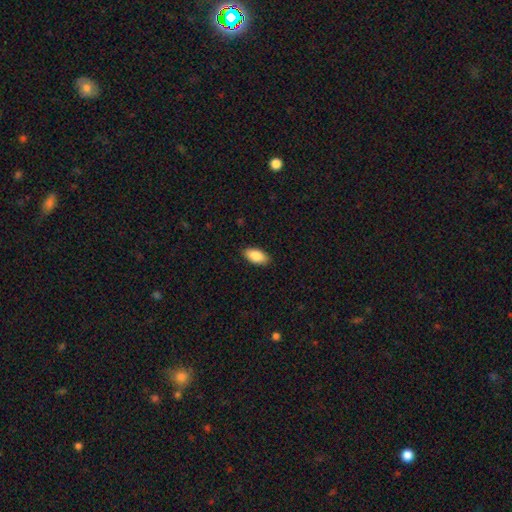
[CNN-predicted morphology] smooth-or-featured: smooth: 88% | star or artifact: 6% | featured or disk: 6%
  how-rounded: in between: 93% | cigar-shaped: 4% | round: 2%
  merging: none: 88% | minor disturbance: 9% | major disturbance: 2% | merger: 1%